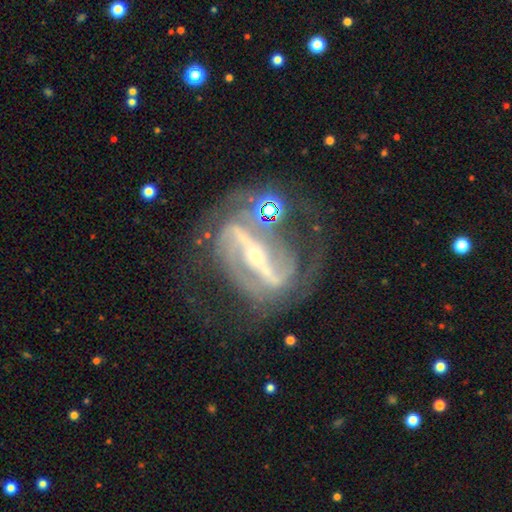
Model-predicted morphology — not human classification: Smooth or featured? featured or disk (90%)
Edge-on disk? no (92%)
Bar? strong (84%)
Spiral arms? yes (94%)
Spiral winding? medium (46%)
Spiral arm count? 2 (73%)
Bulge size? small (73%)
Merging? none (58%)